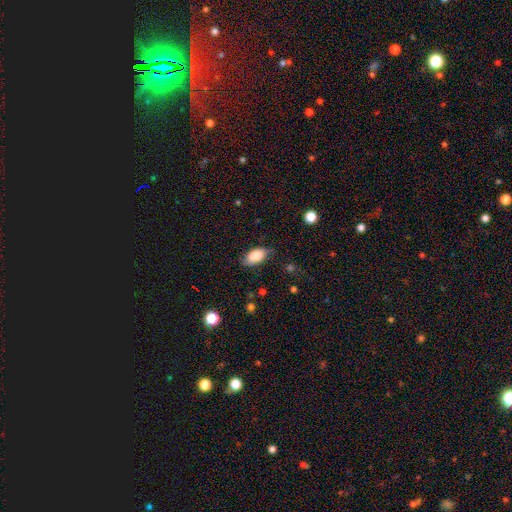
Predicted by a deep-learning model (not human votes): Q: Smooth or featured?
A: smooth (84%); runner-up: featured or disk (9%)
Q: How rounded?
A: in between (92%); runner-up: round (4%)
Q: Merging?
A: none (74%); runner-up: minor disturbance (20%)